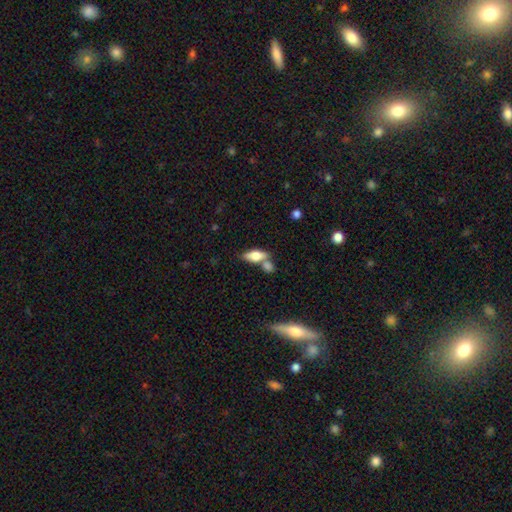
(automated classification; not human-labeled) A smooth galaxy with no disk features (67%) that is in between round and cigar-shaped (74%). Merging: none (50%).